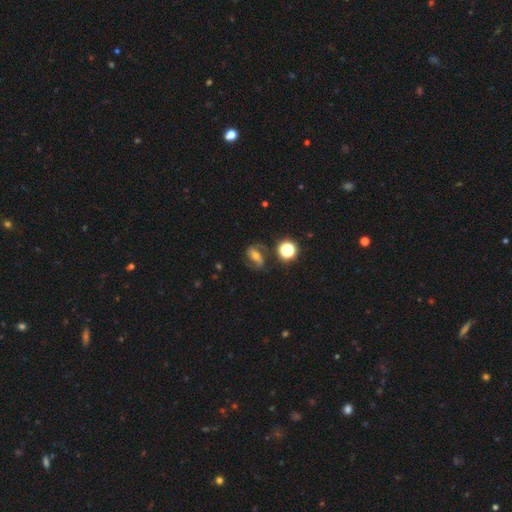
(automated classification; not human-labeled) Q: Smooth or featured?
A: featured or disk (62%); runner-up: smooth (24%)
Q: Edge-on disk?
A: no (95%); runner-up: yes (5%)
Q: Bar?
A: strong (40%); runner-up: weak (32%)
Q: Spiral arms?
A: yes (86%); runner-up: no (14%)
Q: Spiral winding?
A: medium (47%); runner-up: loose (30%)
Q: Spiral arm count?
A: 2 (86%); runner-up: can't tell (7%)
Q: Bulge size?
A: moderate (56%); runner-up: small (33%)
Q: Merging?
A: none (70%); runner-up: minor disturbance (17%)